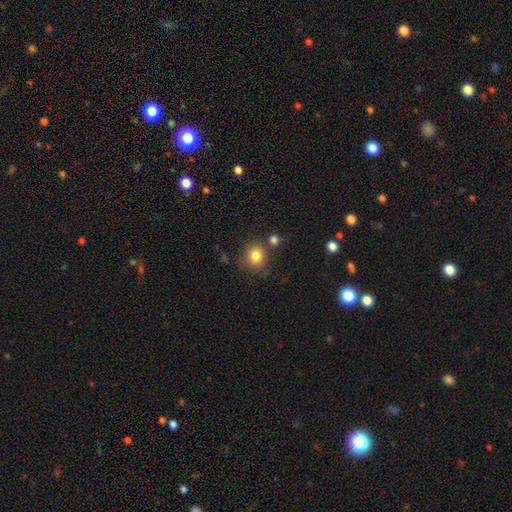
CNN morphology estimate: Smooth or featured: smooth — 83% (star or artifact — 11%)
How rounded: round — 77% (in between — 22%)
Merging: none — 71% (minor disturbance — 13%)